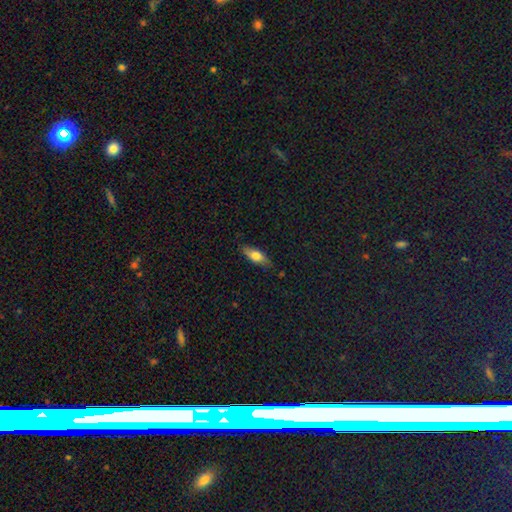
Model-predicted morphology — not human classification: smooth-or-featured: smooth: 70% | featured or disk: 23% | star or artifact: 7%
  how-rounded: in between: 66% | cigar-shaped: 31% | round: 3%
  merging: none: 82% | minor disturbance: 14% | major disturbance: 3% | merger: 1%